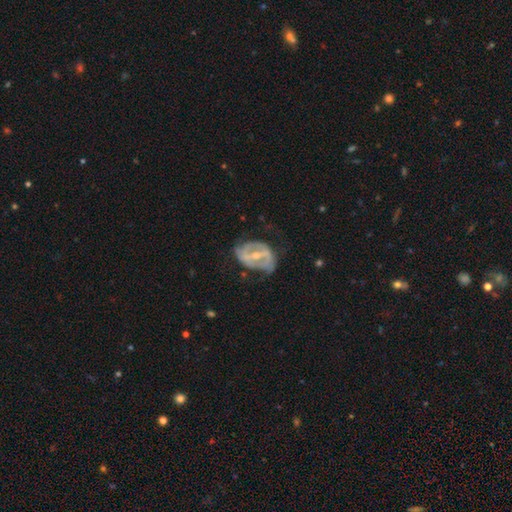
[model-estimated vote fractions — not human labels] smooth_or_featured: featured or disk (p=0.77) [alt: smooth p=0.17]
disk_edge_on: no (p=0.95) [alt: yes p=0.05]
bar: strong (p=0.57) [alt: weak p=0.30]
has_spiral_arms: yes (p=0.56) [alt: no p=0.44]
bulge_size: moderate (p=0.49) [alt: small p=0.47]
merging: none (p=0.49) [alt: minor disturbance p=0.29]